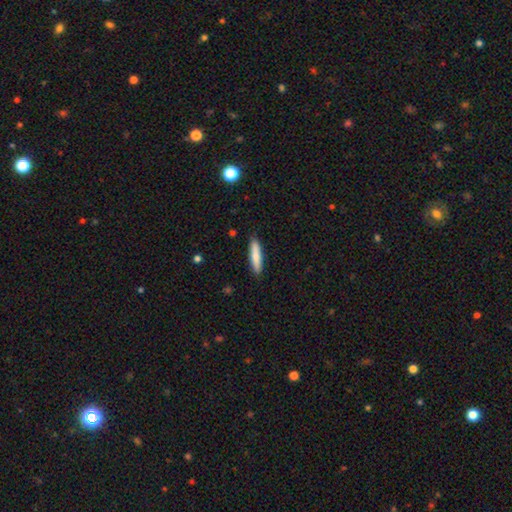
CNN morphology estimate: This appears to be a smooth galaxy with no disk features (80%) that is cigar-shaped (83%). Merging: none (89%).